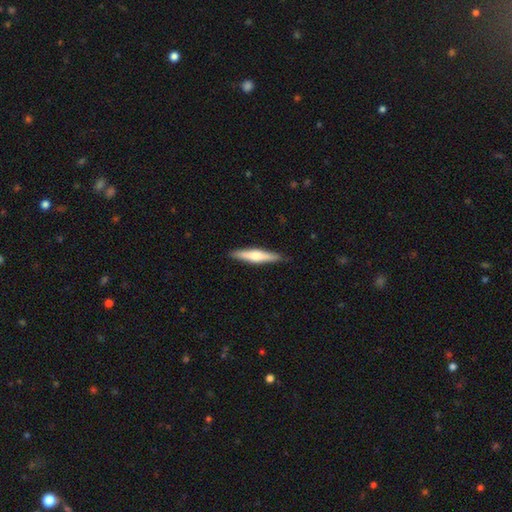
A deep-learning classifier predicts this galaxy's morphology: Q: Smooth or featured?
A: featured or disk (48%); runner-up: smooth (46%)
Q: Merging?
A: none (89%); runner-up: minor disturbance (8%)